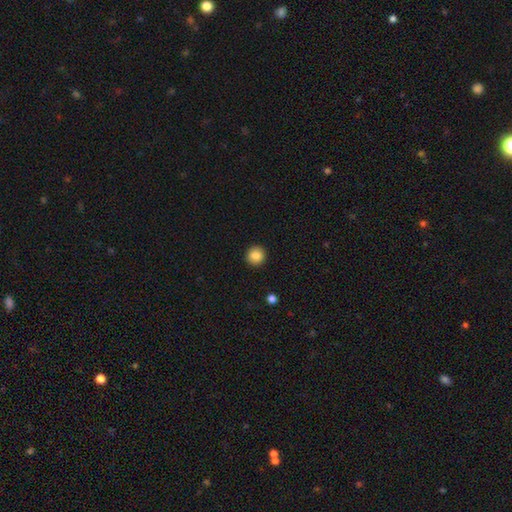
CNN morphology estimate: Smooth or featured? Predicted: smooth (p=0.87). How rounded? Predicted: round (p=0.94). Merging? Predicted: none (p=0.93).